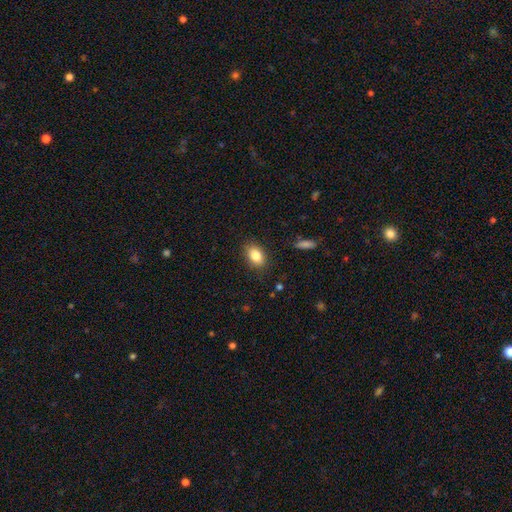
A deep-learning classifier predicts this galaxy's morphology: This appears to be a smooth galaxy with no disk features (84%) that is in between round and cigar-shaped (85%). Merging: none (86%).